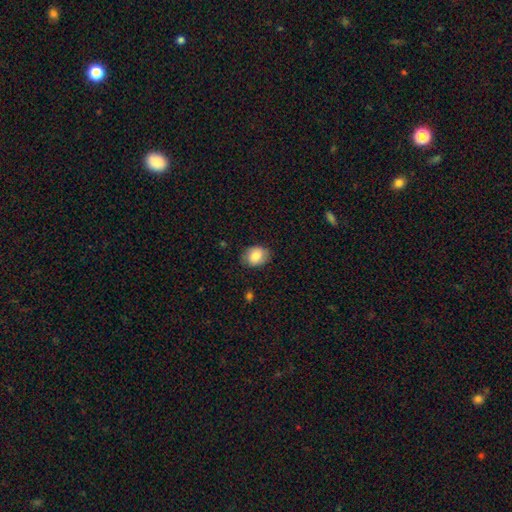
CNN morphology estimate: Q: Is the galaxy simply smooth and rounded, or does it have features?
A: smooth — 83%.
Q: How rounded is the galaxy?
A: in between — 61%.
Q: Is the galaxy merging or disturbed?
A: none — 80%.